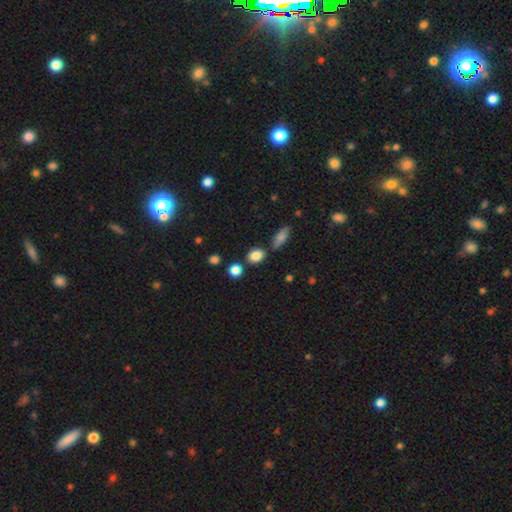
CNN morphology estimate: smooth-or-featured: smooth: 84% | star or artifact: 10% | featured or disk: 6%
  how-rounded: in between: 55% | round: 42% | cigar-shaped: 2%
  merging: none: 75% | minor disturbance: 12% | merger: 10% | major disturbance: 3%